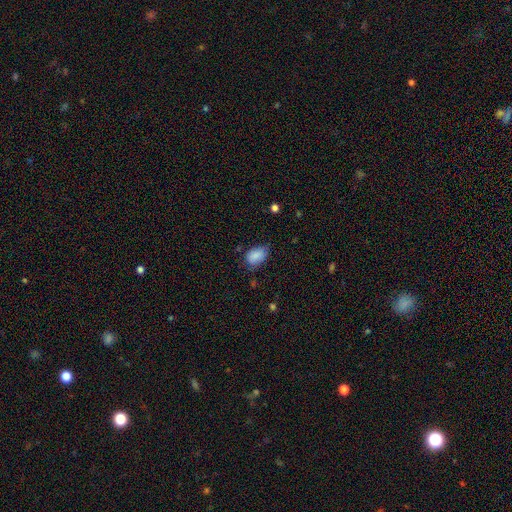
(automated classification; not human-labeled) smooth-or-featured: smooth: 86% | star or artifact: 8% | featured or disk: 6%
  how-rounded: in between: 86% | round: 12% | cigar-shaped: 1%
  merging: none: 54% | minor disturbance: 36% | major disturbance: 8% | merger: 2%